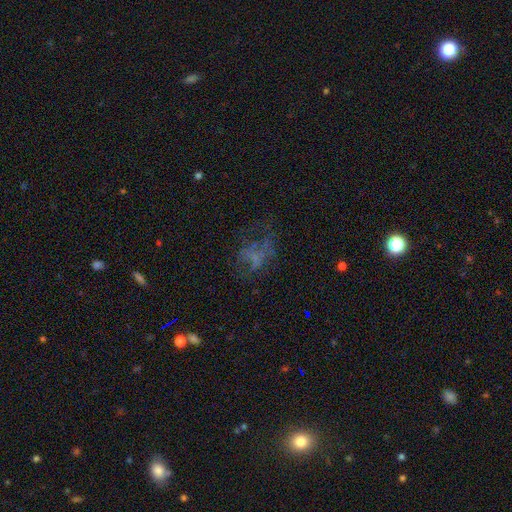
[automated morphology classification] featured or disk 42%, smooth 30%, star or artifact 28%. Down the decision tree: merging — none (40%).